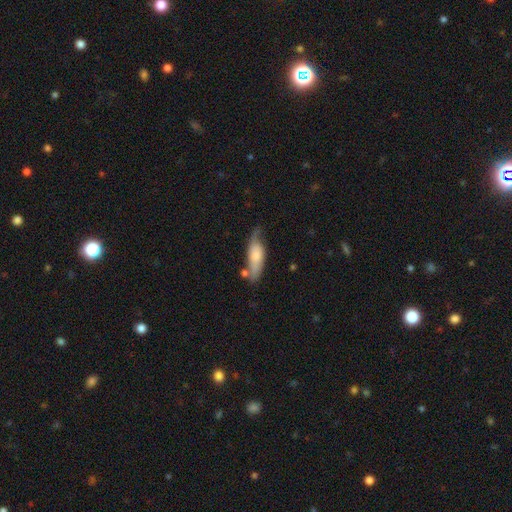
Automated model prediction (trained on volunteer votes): smooth-or-featured: smooth: 56% | featured or disk: 37% | star or artifact: 6%
  how-rounded: in between: 62% | cigar-shaped: 36% | round: 3%
  merging: none: 49% | minor disturbance: 31% | major disturbance: 12% | merger: 9%